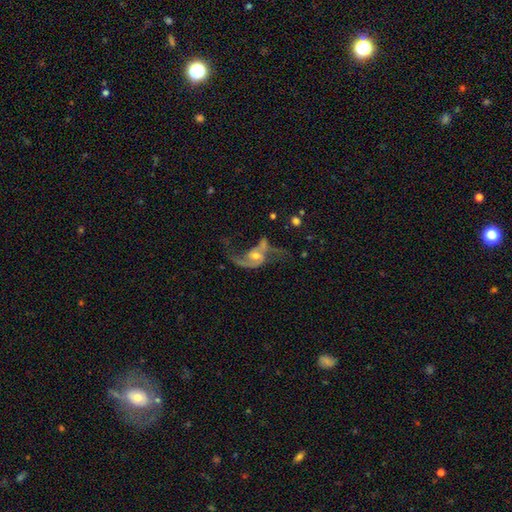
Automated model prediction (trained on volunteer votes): The model was most divided on "merging": none: 41%, major disturbance: 31%, minor disturbance: 16%, merger: 12%. More confident: edge-on disk — no (96%); spiral arms — yes (90%); spiral arm count — 2 (84%); smooth or featured — featured or disk (83%); spiral winding — loose (79%); bar — no (56%); bulge size — moderate (55%).